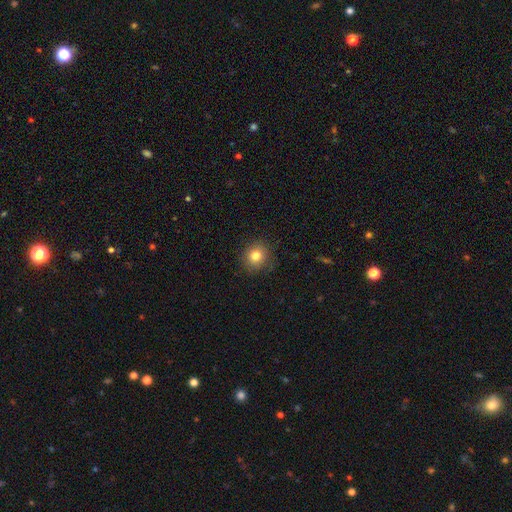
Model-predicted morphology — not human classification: A smooth galaxy with no disk features (81%) that is round (86%).

Vote fractions:
- Smooth or featured? smooth: 81% / star or artifact: 11% / featured or disk: 8%
- How rounded? round: 86% / in between: 13% / cigar-shaped: 1%
- Merging? none: 86% / minor disturbance: 10% / major disturbance: 3% / merger: 1%